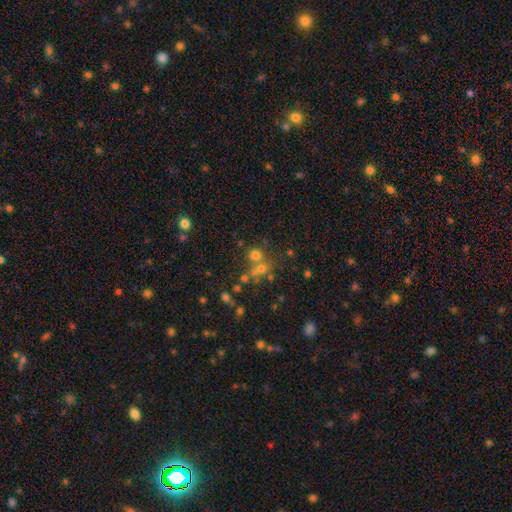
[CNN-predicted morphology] This appears to be a smooth galaxy with no disk features (58%) that is round (85%). Merging: none (52%).